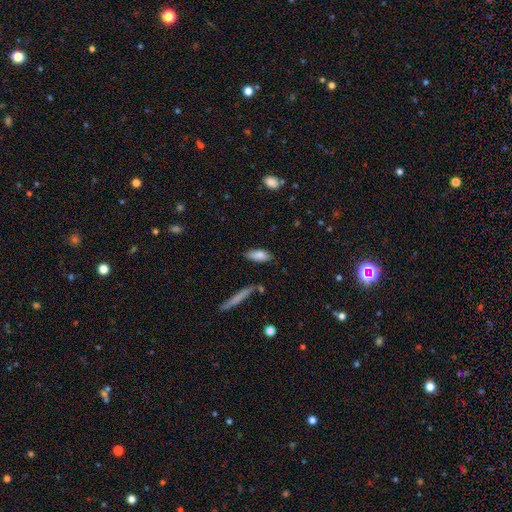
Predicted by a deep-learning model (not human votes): This appears to be a smooth galaxy with no disk features (81%) that is in between round and cigar-shaped (75%). Merging: none (79%).